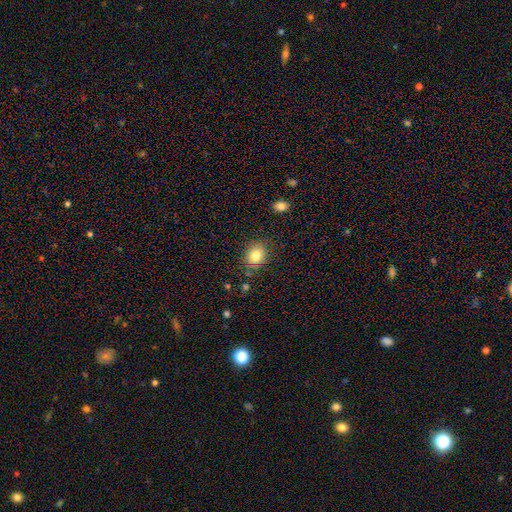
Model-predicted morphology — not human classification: Smooth or featured?
  - smooth: 82% *
  - star or artifact: 10%
  - featured or disk: 9%
How rounded?
  - round: 57% *
  - in between: 42%
  - cigar-shaped: 1%
Merging?
  - none: 82% *
  - minor disturbance: 12%
  - major disturbance: 3%
  - merger: 3%